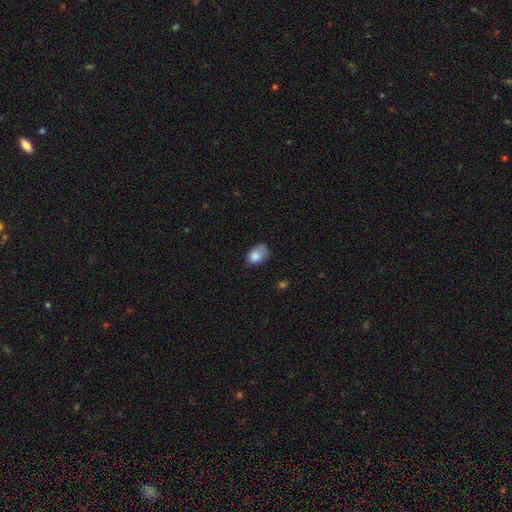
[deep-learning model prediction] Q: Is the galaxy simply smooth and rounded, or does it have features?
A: smooth — 83%.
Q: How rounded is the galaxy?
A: in between — 77%.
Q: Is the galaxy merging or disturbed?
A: none — 47%.